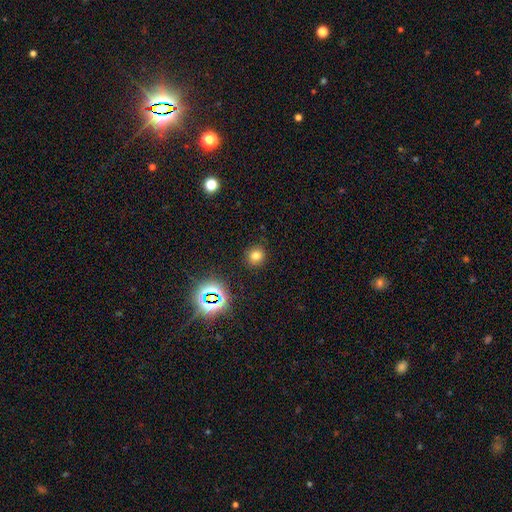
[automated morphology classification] A smooth galaxy with no disk features (73%) that is round (86%).

Vote fractions:
- Smooth or featured? smooth: 73% / star or artifact: 20% / featured or disk: 7%
- How rounded? round: 86% / in between: 13% / cigar-shaped: 1%
- Merging? none: 88% / minor disturbance: 7% / major disturbance: 3% / merger: 2%